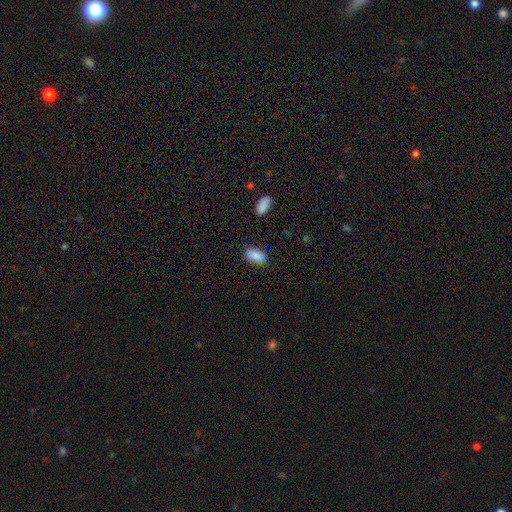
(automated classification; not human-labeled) The model was most divided on "merging": none: 78%, minor disturbance: 17%, major disturbance: 3%, merger: 2%. More confident: how rounded — in between (94%); smooth or featured — smooth (87%).